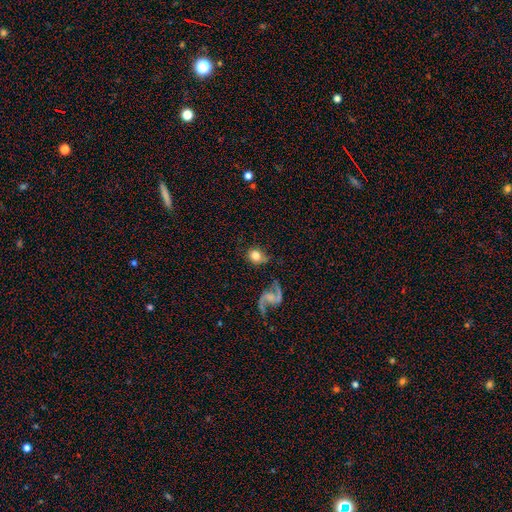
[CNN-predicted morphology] type=smooth (67%); roundness=round (76%); merging=none (65%).